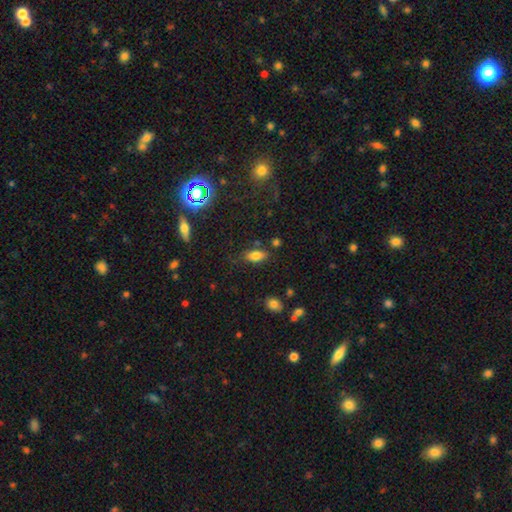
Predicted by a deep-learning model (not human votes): This is likely a smooth galaxy (79%). How rounded: clearly in between (87%). Merging: likely none (76%).